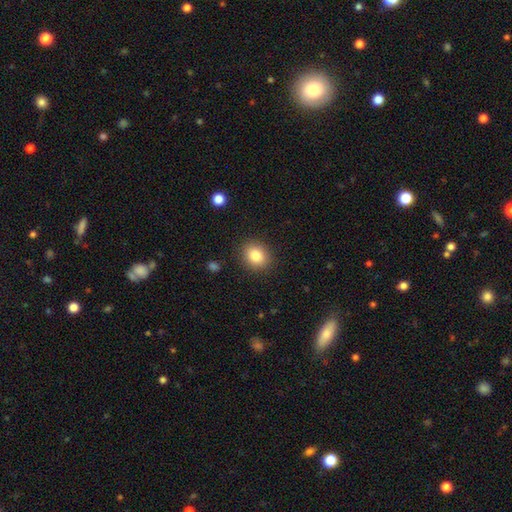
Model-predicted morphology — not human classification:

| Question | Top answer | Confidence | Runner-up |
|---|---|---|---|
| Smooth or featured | smooth | 84% | star or artifact (10%) |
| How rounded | round | 63% | in between (36%) |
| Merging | none | 88% | minor disturbance (8%) |